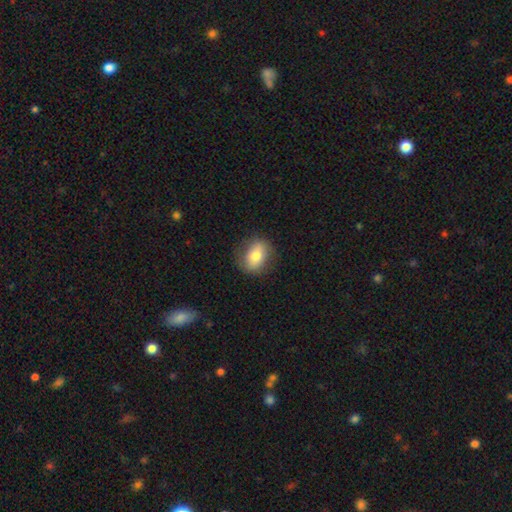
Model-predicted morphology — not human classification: The model was most divided on "how rounded": in between: 62%, round: 36%, cigar-shaped: 2%. More confident: merging — none (82%); smooth or featured — smooth (75%).